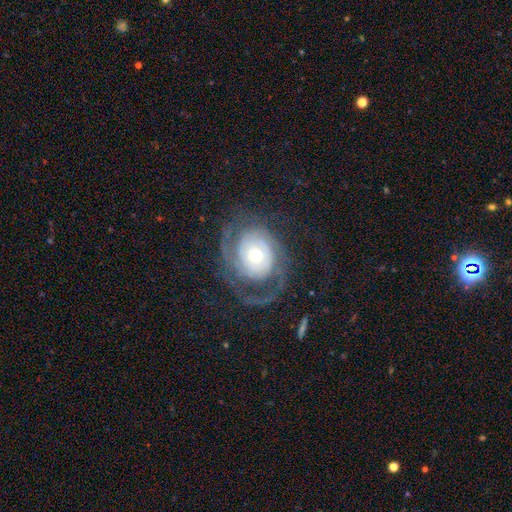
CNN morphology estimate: A featured or disk galaxy (85%) with no bar (76%), 2 (45%) tight (60%) spiral arms (94%) and a moderate central bulge (52%).

Vote fractions:
- Smooth or featured? featured or disk: 85% / smooth: 10% / star or artifact: 5%
- Edge-on disk? no: 97% / yes: 3%
- Bar? no: 76% / weak: 18% / strong: 5%
- Spiral arms? yes: 94% / no: 6%
- Spiral winding? tight: 60% / medium: 28% / loose: 12%
- Spiral arm count? 2: 45% / can't tell: 23% / 3: 14% / 1: 8% / 4: 6% / more than 4: 5%
- Bulge size? moderate: 52% / small: 38% / large: 8% / dominant: 1% / none: 1%
- Merging? none: 63% / major disturbance: 20% / minor disturbance: 16% / merger: 1%